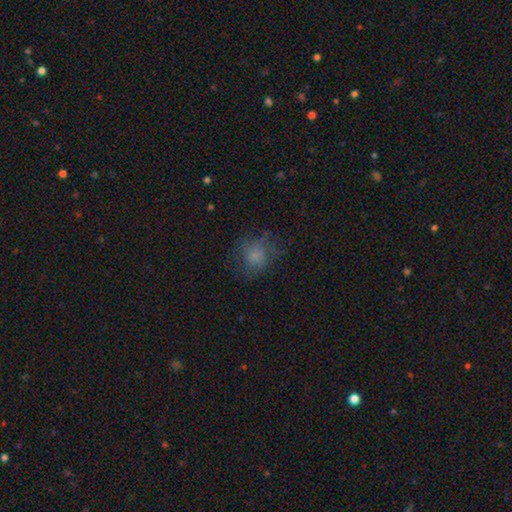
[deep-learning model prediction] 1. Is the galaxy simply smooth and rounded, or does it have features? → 68% smooth, 18% featured or disk, 15% star or artifact.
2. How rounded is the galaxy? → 74% round, 25% in between, 1% cigar-shaped.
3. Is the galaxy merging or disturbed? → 64% none, 19% minor disturbance, 16% major disturbance, 1% merger.